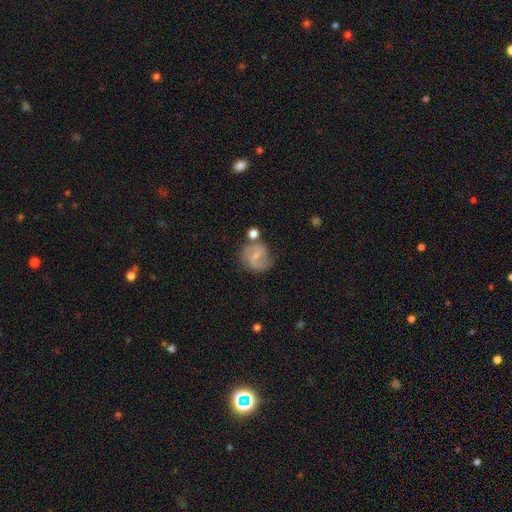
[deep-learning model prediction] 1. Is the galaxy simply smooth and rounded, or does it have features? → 51% featured or disk, 40% smooth, 9% star or artifact.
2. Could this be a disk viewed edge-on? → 97% no, 3% yes.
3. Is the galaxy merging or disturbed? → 60% none, 20% minor disturbance, 12% merger, 8% major disturbance.